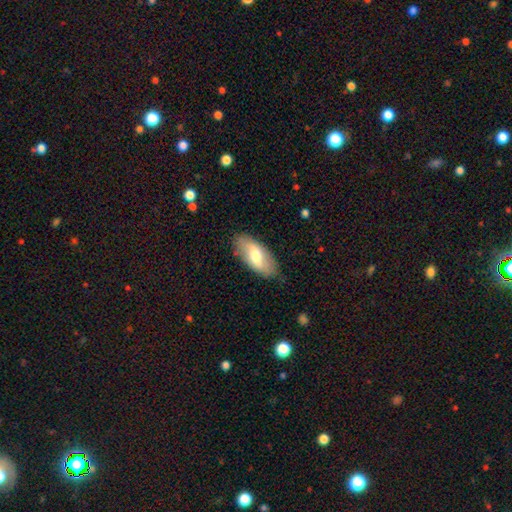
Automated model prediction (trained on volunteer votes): Smooth or featured? Predicted: smooth (p=0.58). How rounded? Predicted: in between (p=0.89). Merging? Predicted: none (p=0.82).